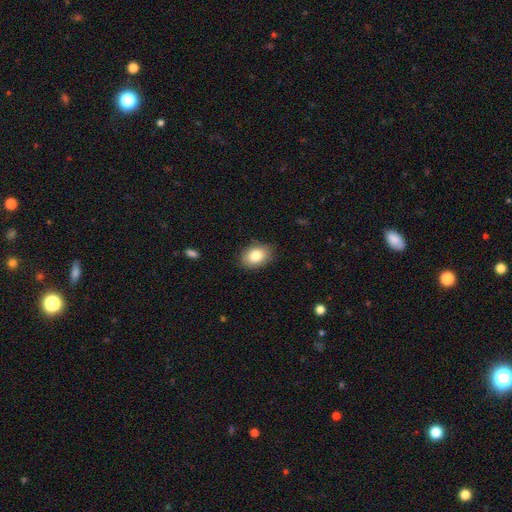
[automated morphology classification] A smooth galaxy with no disk features (82%) that is in between round and cigar-shaped (81%). Merging: none (84%).